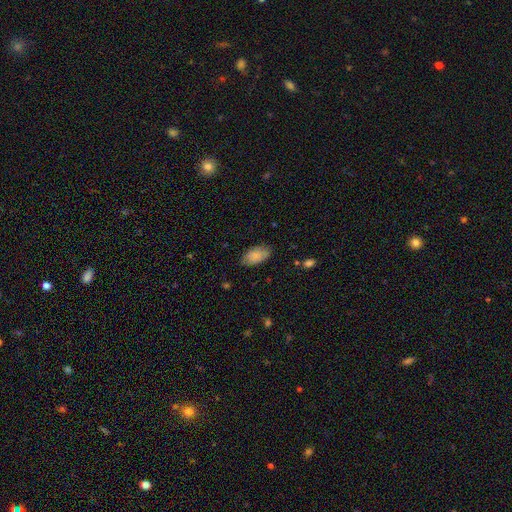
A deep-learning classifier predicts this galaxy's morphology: A smooth galaxy with no disk features (83%) that is in between round and cigar-shaped (94%).

Vote fractions:
- Smooth or featured? smooth: 83% / featured or disk: 10% / star or artifact: 7%
- How rounded? in between: 94% / round: 3% / cigar-shaped: 3%
- Merging? none: 79% / minor disturbance: 16% / major disturbance: 3% / merger: 1%